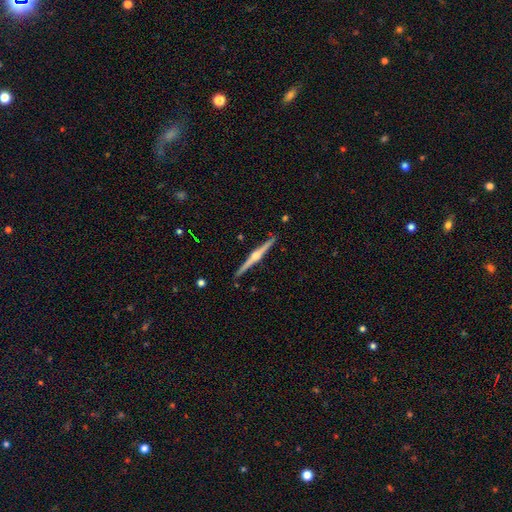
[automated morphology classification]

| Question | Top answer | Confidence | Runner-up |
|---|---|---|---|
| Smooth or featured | featured or disk | 86% | smooth (10%) |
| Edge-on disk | yes | 99% | no (1%) |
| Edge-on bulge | rounded | 94% | boxy (3%) |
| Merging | none | 92% | minor disturbance (6%) |